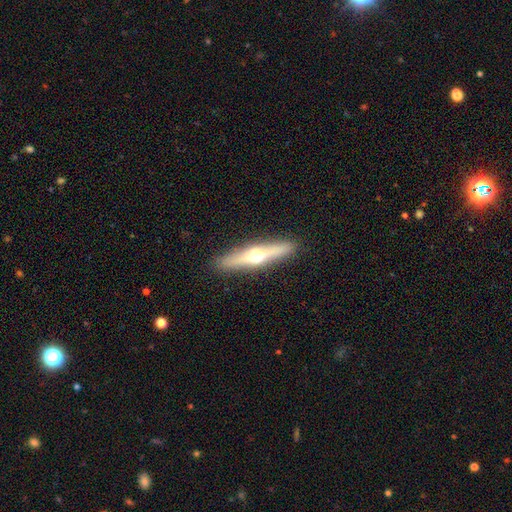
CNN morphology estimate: type=featured or disk (66%); edge-on=yes (96%); edge-on bulge=rounded (95%); merging=none (91%).